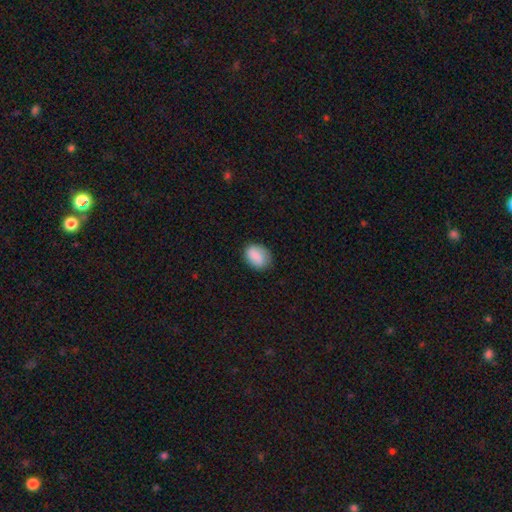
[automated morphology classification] A smooth galaxy with no disk features (85%) that is in between round and cigar-shaped (70%).

Vote fractions:
- Smooth or featured? smooth: 85% / featured or disk: 8% / star or artifact: 7%
- How rounded? in between: 70% / round: 28% / cigar-shaped: 1%
- Merging? none: 73% / minor disturbance: 21% / major disturbance: 5% / merger: 1%